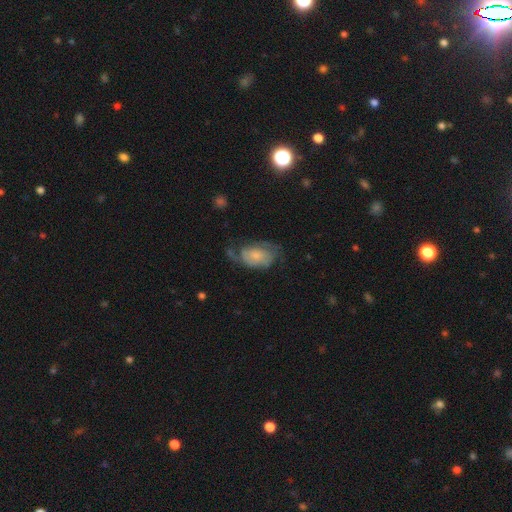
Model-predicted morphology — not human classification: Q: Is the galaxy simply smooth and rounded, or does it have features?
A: featured or disk — 49%.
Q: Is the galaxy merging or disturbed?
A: none — 36%.